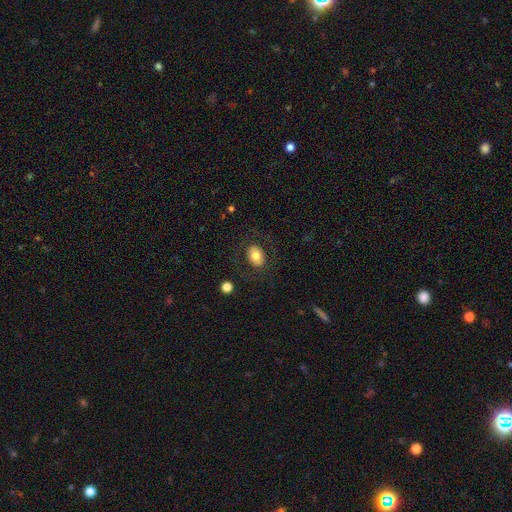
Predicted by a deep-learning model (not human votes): smooth_or_featured: smooth (p=0.75) [alt: featured or disk p=0.17]
how_rounded: in between (p=0.69) [alt: round p=0.30]
merging: none (p=0.81) [alt: minor disturbance p=0.11]